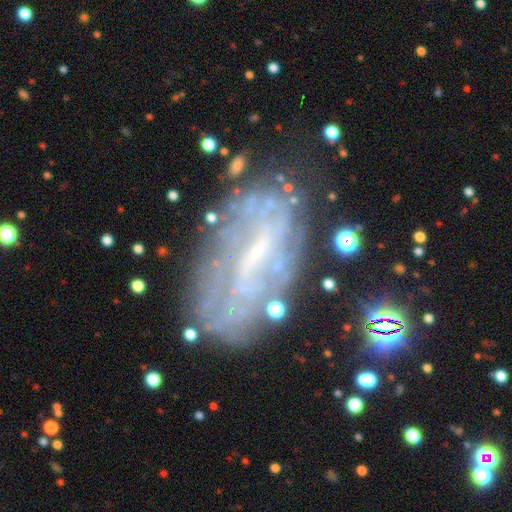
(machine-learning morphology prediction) A featured or disk galaxy (72%) with a weak bar (41%), spiral arms (62%) and a small central bulge (56%). Merging: none (67%).